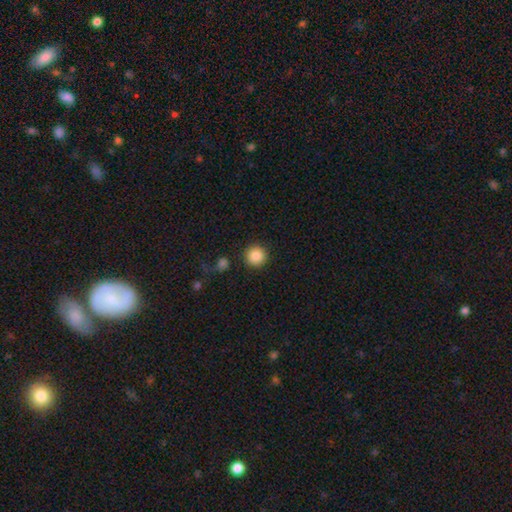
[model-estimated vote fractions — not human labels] A smooth galaxy with no disk features (88%) that is round (95%). Merging: none (89%).